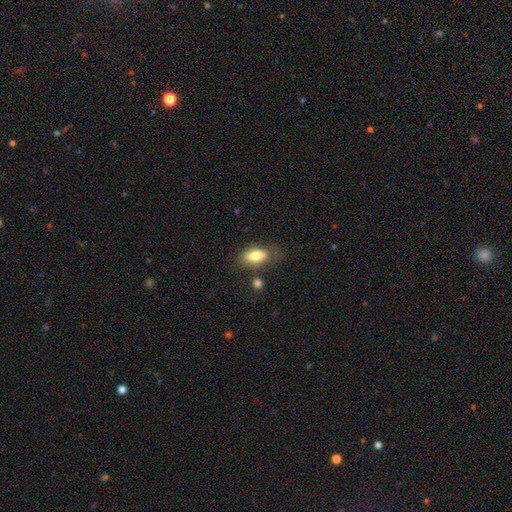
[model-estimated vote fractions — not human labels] Smooth or featured: smooth — 74% (featured or disk — 19%)
How rounded: in between — 88% (cigar-shaped — 7%)
Merging: none — 57% (minor disturbance — 24%)